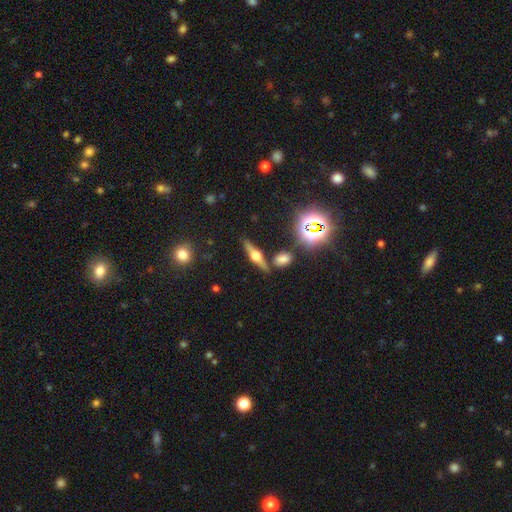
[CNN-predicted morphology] The model was most divided on "smooth or featured": featured or disk: 67%, smooth: 22%, star or artifact: 12%. More confident: edge-on disk — yes (95%); edge-on bulge — rounded (94%); merging — none (81%).